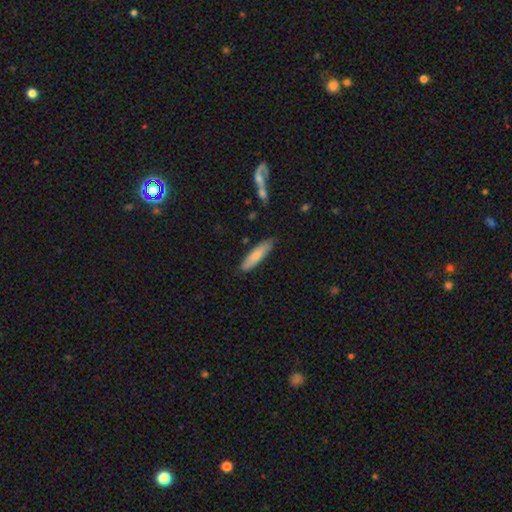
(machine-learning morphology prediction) Smooth or featured: smooth — 75% (featured or disk — 19%)
How rounded: cigar-shaped — 70% (in between — 29%)
Merging: none — 83% (minor disturbance — 13%)